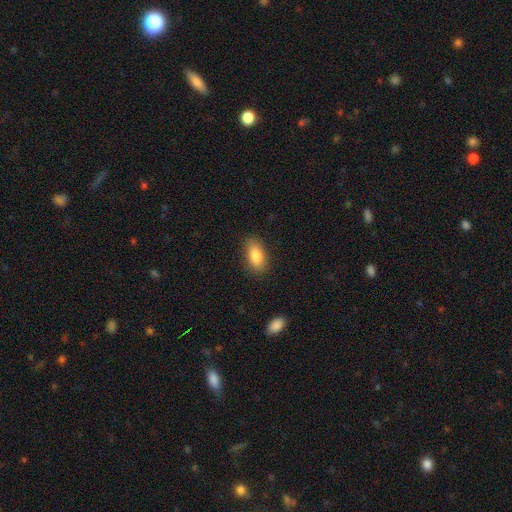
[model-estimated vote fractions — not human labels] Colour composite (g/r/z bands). It shows a smooth galaxy with no disk features (85%) that is in between round and cigar-shaped (86%). Merging: none (85%).